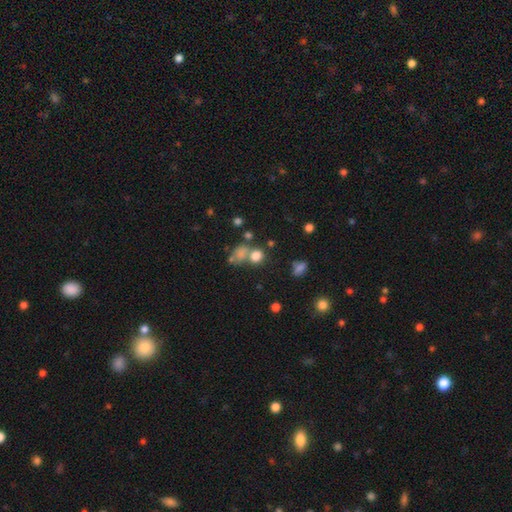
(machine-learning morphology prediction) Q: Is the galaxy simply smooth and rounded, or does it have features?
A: smooth — 73%.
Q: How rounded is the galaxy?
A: round — 65%.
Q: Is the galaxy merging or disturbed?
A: none — 46%.